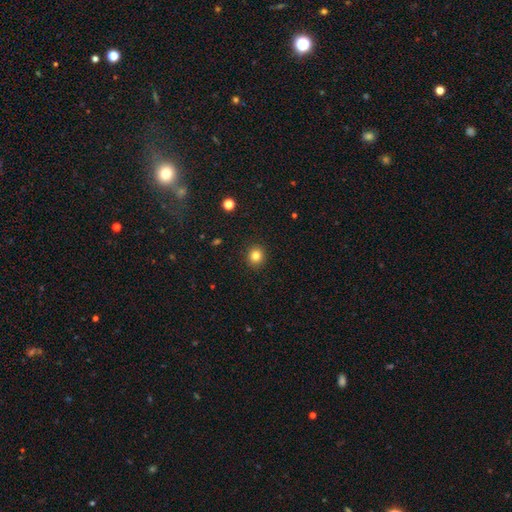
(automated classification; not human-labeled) smooth-or-featured: smooth: 83% | star or artifact: 11% | featured or disk: 5%
  how-rounded: round: 89% | in between: 10% | cigar-shaped: 1%
  merging: none: 92% | minor disturbance: 6% | major disturbance: 2% | merger: 1%